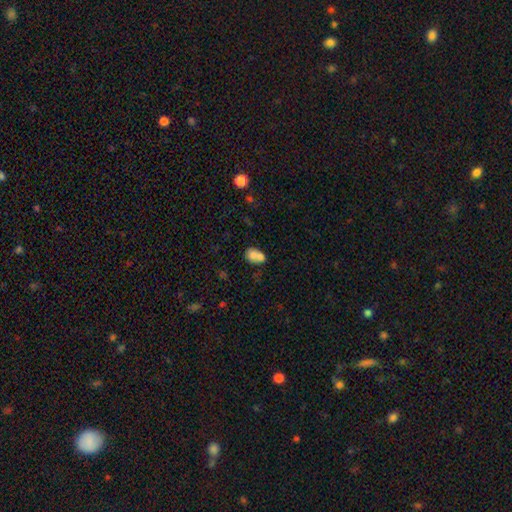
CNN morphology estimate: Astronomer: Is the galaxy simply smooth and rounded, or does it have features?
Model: smooth — 71%.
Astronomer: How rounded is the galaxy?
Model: in between — 54% (runner-up: round, 45%).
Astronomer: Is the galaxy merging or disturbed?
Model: merger — 65%.